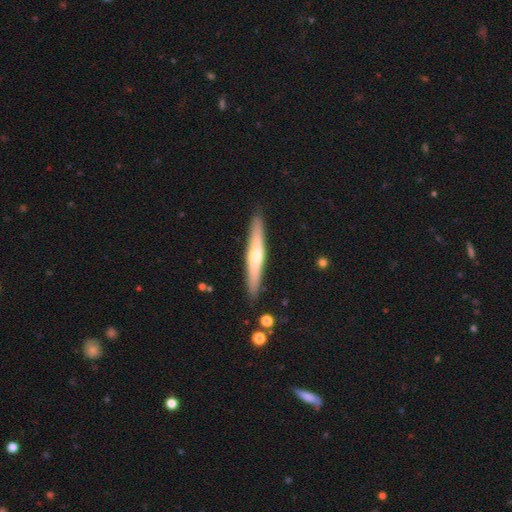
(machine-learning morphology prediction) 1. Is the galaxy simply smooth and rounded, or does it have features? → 53% featured or disk, 42% smooth, 6% star or artifact.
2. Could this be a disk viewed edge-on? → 94% yes, 6% no.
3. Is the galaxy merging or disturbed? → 90% none, 7% minor disturbance, 2% major disturbance, 1% merger.